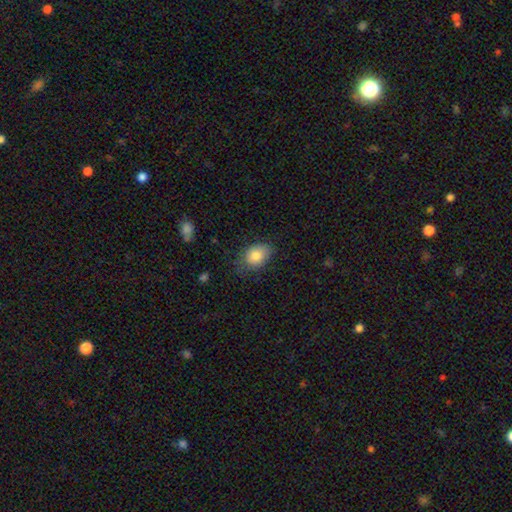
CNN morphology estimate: The model was most divided on "merging": none: 65%, minor disturbance: 27%, major disturbance: 7%, merger: 1%. More confident: smooth or featured — smooth (82%); how rounded — in between (76%).